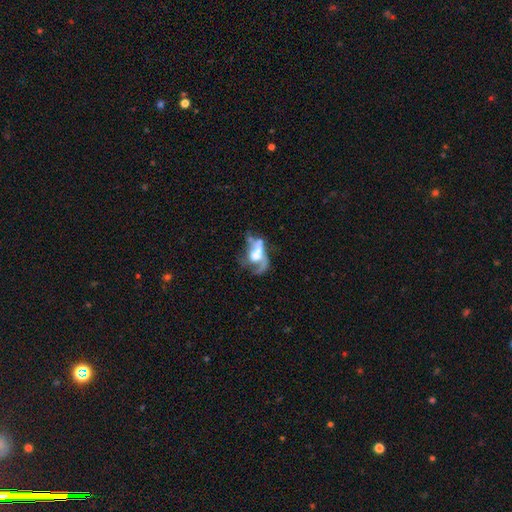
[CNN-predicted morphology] Overall: featured or disk (63%; smooth 26%). Edge-on disk: no (96%). Bar: no (69%). Spiral arms: no (61%; yes 39%). Bulge size: moderate (41%; large 26%). Merging: merger (38%; major disturbance 36%).